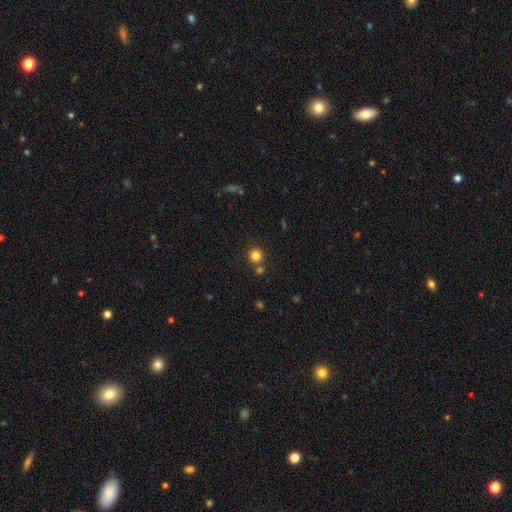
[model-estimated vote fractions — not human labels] Overall: smooth (82%). How rounded: round (93%). Merging: none (76%).